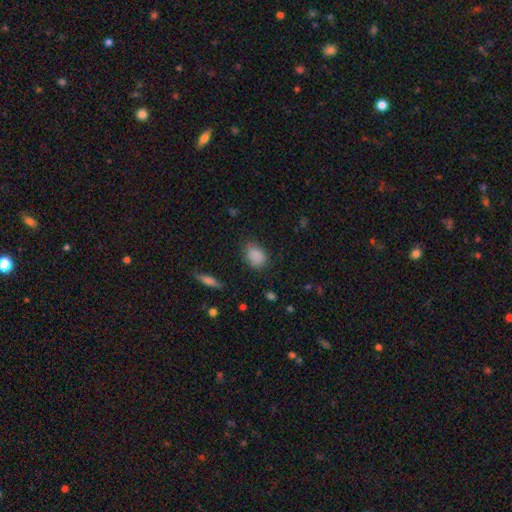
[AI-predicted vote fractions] A smooth galaxy with no disk features (86%) that is in between round and cigar-shaped (70%). Merging: none (72%).